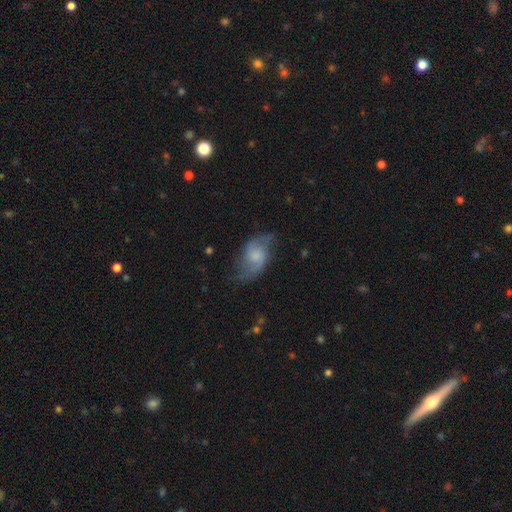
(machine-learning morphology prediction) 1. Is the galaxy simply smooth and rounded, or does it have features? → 72% featured or disk, 20% smooth, 7% star or artifact.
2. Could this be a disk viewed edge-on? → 97% no, 3% yes.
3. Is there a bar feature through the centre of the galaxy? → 60% no, 35% weak, 5% strong.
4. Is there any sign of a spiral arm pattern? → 93% yes, 7% no.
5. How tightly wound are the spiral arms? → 56% loose, 35% medium, 9% tight.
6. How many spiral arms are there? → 90% 2, 4% can't tell, 2% 1, 1% 3, 1% 4, 1% more than 4.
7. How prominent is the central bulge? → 32% small, 29% moderate, 26% none, 10% large, 2% dominant.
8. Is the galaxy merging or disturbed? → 65% none, 22% minor disturbance, 12% major disturbance, 2% merger.